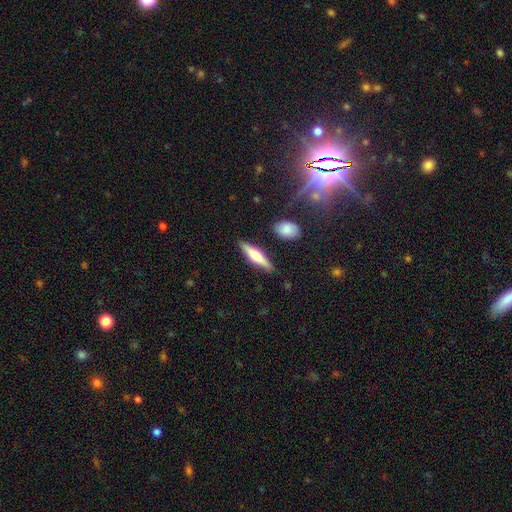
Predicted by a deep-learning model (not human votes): Smooth or featured? Predicted: smooth (p=0.54). How rounded? Predicted: cigar-shaped (p=0.74). Merging? Predicted: none (p=0.85).